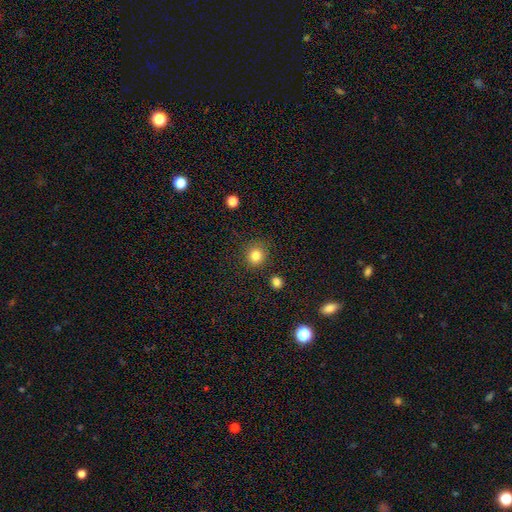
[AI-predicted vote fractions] Morphology: type=smooth (83%); roundness=round (89%); merging=none (87%).